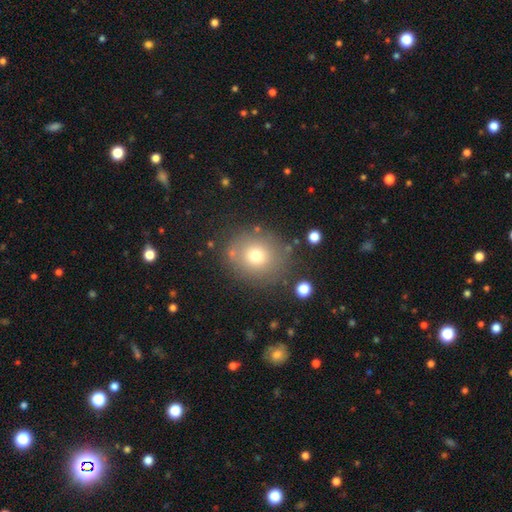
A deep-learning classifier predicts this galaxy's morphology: smooth-or-featured: smooth: 72% | star or artifact: 14% | featured or disk: 14%
  how-rounded: round: 81% | in between: 18% | cigar-shaped: 1%
  merging: none: 79% | minor disturbance: 12% | major disturbance: 5% | merger: 4%